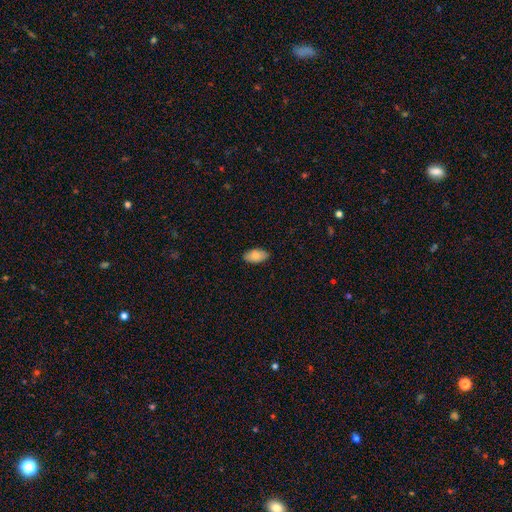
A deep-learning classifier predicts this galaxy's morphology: smooth 85%, featured or disk 9%, star or artifact 7%. Down the decision tree: how rounded — in between (95%); merging — none (88%).